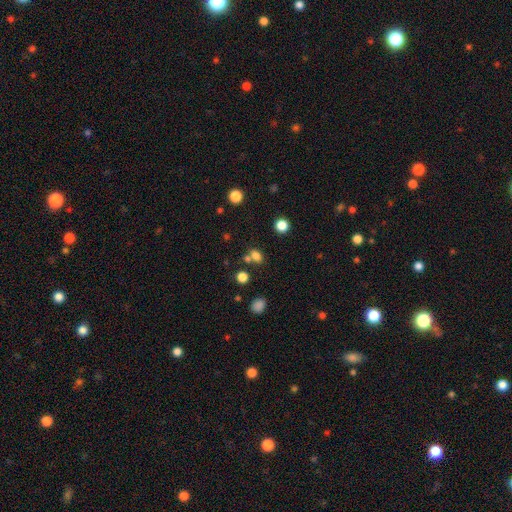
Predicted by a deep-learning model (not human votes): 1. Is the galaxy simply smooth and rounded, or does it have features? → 77% smooth, 16% star or artifact, 7% featured or disk.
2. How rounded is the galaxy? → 59% in between, 40% round, 2% cigar-shaped.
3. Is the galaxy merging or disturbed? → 57% none, 28% merger, 11% minor disturbance, 4% major disturbance.